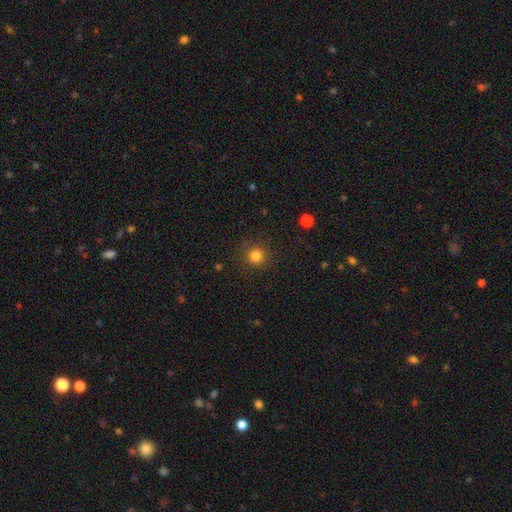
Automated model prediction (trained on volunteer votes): smooth_or_featured: smooth (p=0.82) [alt: star or artifact p=0.13]
how_rounded: round (p=0.93) [alt: in between p=0.06]
merging: none (p=0.87) [alt: minor disturbance p=0.09]